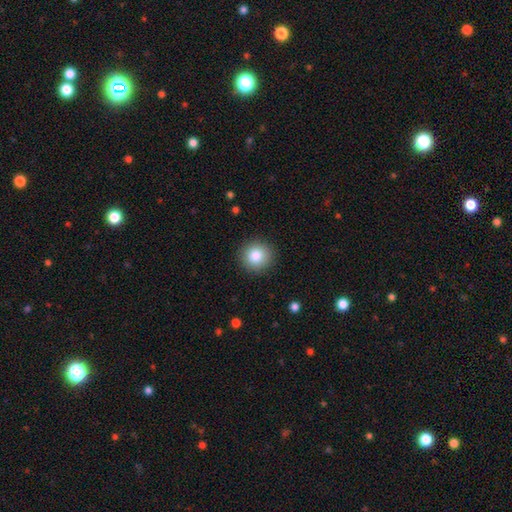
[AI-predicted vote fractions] Morphology: type=smooth (84%); roundness=round (93%); merging=none (91%).